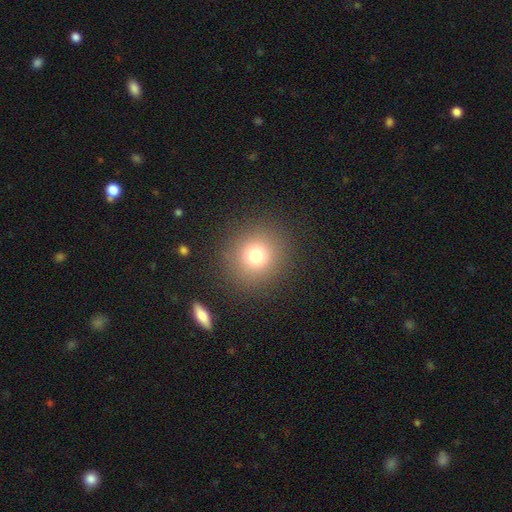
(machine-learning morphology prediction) Smooth or featured? smooth (75%)
How rounded? round (90%)
Merging? none (88%)